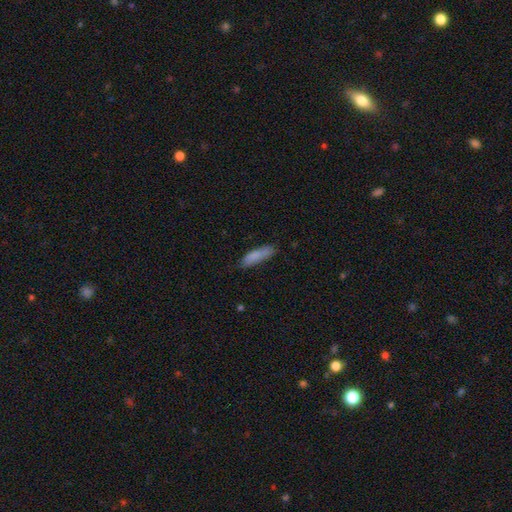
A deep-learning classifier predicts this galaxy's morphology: A smooth galaxy with no disk features (83%) that is cigar-shaped (63%).

Vote fractions:
- Smooth or featured? smooth: 83% / featured or disk: 11% / star or artifact: 6%
- How rounded? cigar-shaped: 63% / in between: 36% / round: 2%
- Merging? none: 71% / minor disturbance: 22% / major disturbance: 5% / merger: 2%